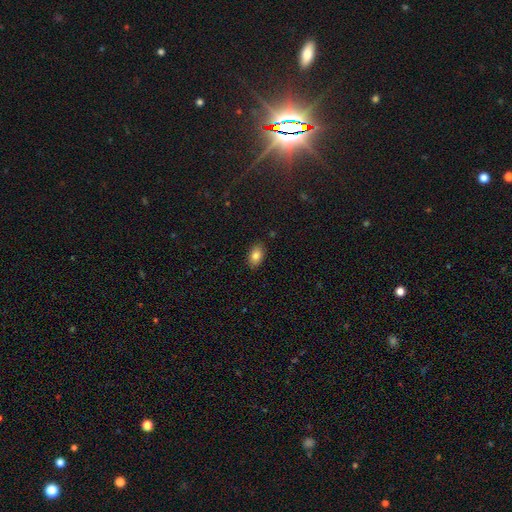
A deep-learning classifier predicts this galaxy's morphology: A smooth galaxy with no disk features (84%) that is in between round and cigar-shaped (89%). Merging: none (87%).